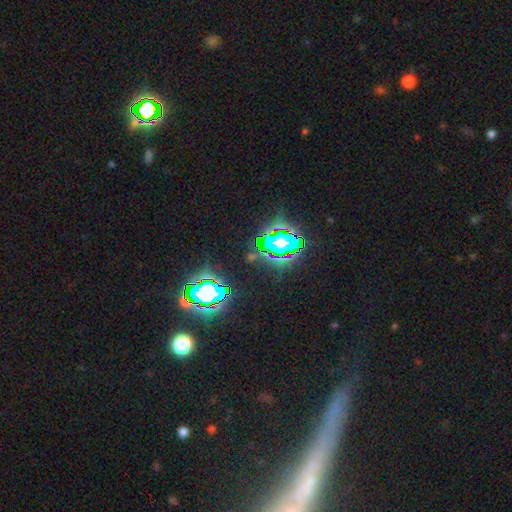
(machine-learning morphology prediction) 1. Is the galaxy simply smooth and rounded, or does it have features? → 72% star or artifact, 15% smooth, 13% featured or disk.